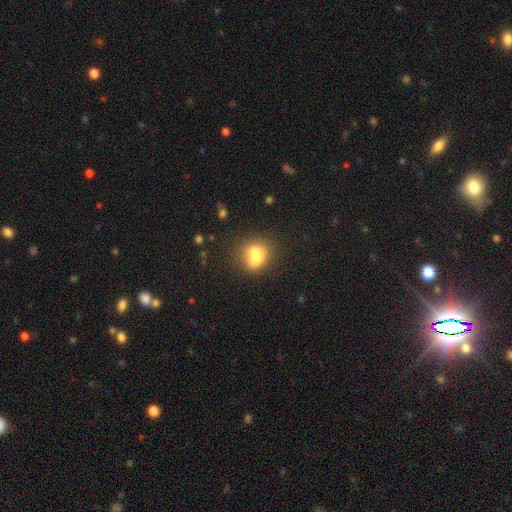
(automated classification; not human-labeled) smooth 72%, featured or disk 17%, star or artifact 11%. Down the decision tree: how rounded — round (58%); merging — none (41%).